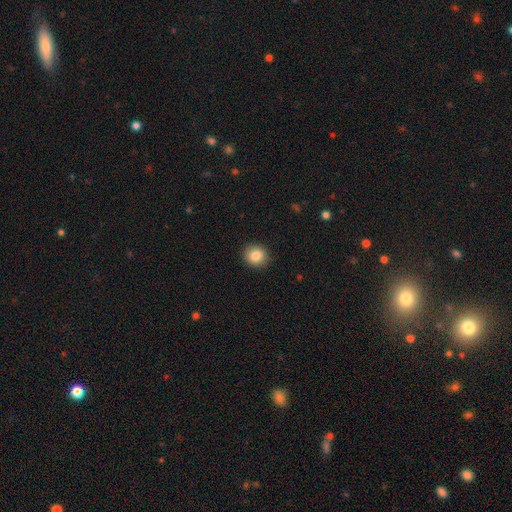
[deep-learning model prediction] smooth-or-featured: smooth: 85% | star or artifact: 9% | featured or disk: 5%
  how-rounded: round: 83% | in between: 16% | cigar-shaped: 1%
  merging: none: 91% | minor disturbance: 7% | major disturbance: 2% | merger: 1%